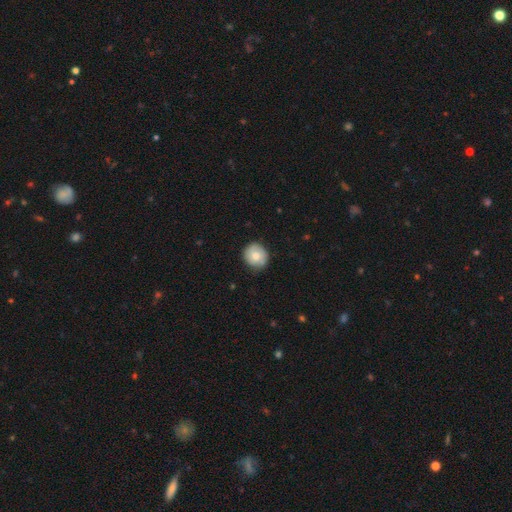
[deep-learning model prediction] smooth_or_featured: smooth (p=0.75) [alt: featured or disk p=0.18]
how_rounded: round (p=0.83) [alt: in between p=0.16]
merging: none (p=0.80) [alt: minor disturbance p=0.16]